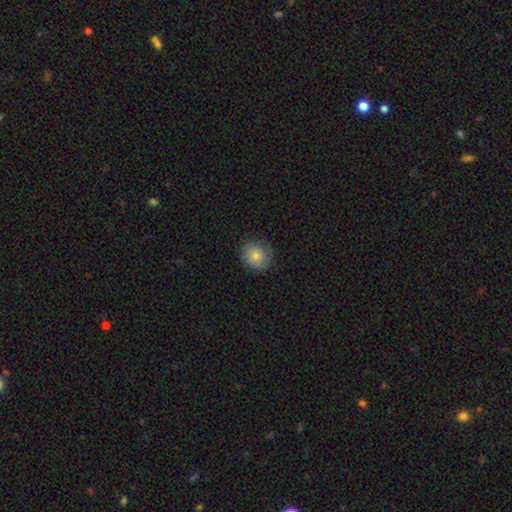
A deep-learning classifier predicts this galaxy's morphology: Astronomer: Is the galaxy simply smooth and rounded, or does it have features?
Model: smooth — 79%.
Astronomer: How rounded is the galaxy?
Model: round — 80%.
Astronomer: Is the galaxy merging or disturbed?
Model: none — 81%.